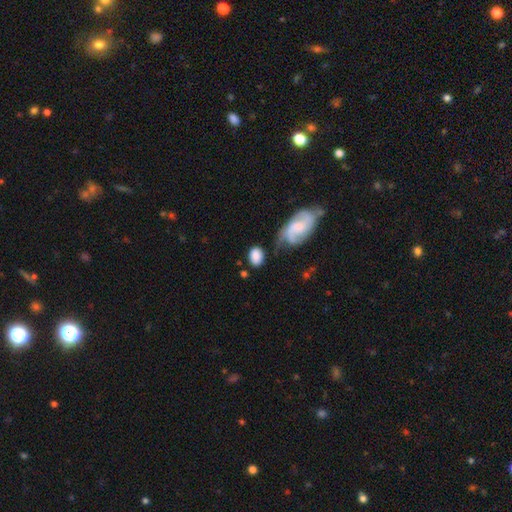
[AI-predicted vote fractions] A smooth galaxy with no disk features (79%) that is in between round and cigar-shaped (70%).

Vote fractions:
- Smooth or featured? smooth: 79% / featured or disk: 14% / star or artifact: 7%
- How rounded? in between: 70% / round: 28% / cigar-shaped: 2%
- Merging? none: 57% / minor disturbance: 22% / merger: 11% / major disturbance: 9%